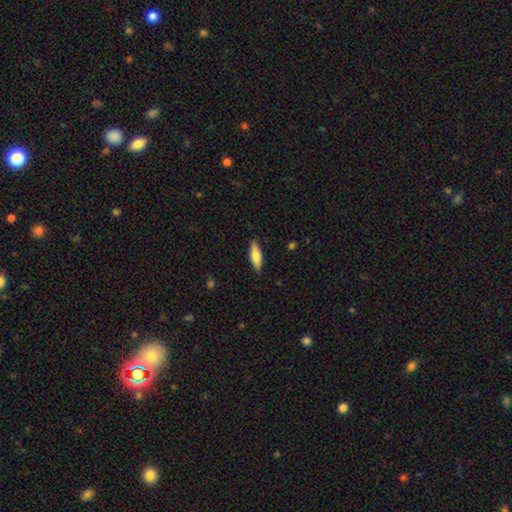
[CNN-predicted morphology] smooth 71%, featured or disk 24%, star or artifact 6%. Down the decision tree: how rounded — in between (50%); merging — none (87%).